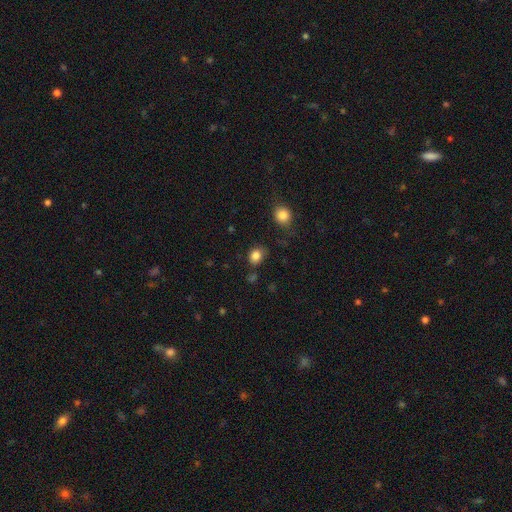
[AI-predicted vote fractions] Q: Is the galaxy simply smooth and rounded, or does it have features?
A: smooth — 84%.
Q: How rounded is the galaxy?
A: round — 61%.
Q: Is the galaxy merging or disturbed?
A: none — 78%.